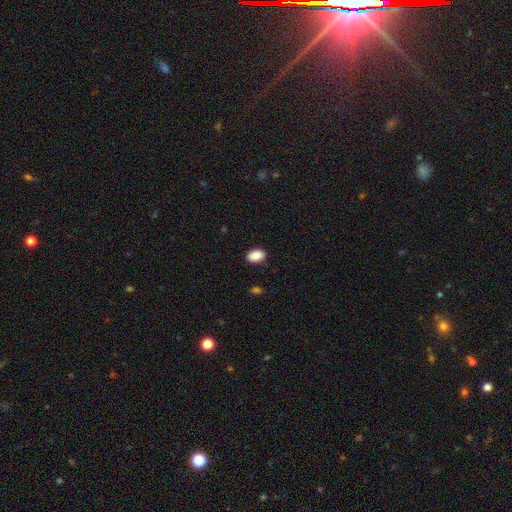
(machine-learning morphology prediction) Smooth or featured: smooth — 89% (star or artifact — 7%)
How rounded: in between — 90% (round — 9%)
Merging: none — 89% (minor disturbance — 8%)